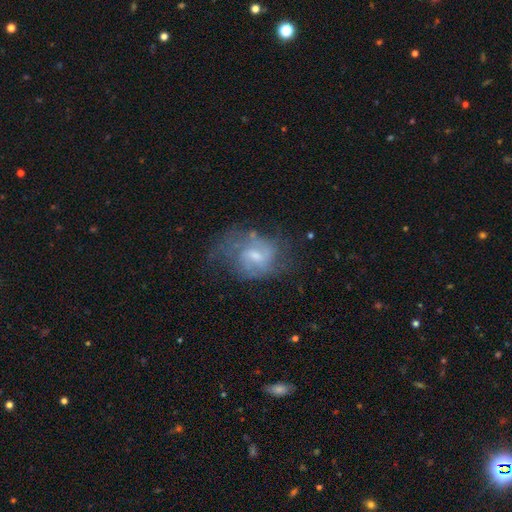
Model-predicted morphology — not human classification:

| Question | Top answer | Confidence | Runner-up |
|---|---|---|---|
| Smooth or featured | featured or disk | 72% | smooth (20%) |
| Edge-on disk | no | 97% | yes (3%) |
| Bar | weak | 59% | no (29%) |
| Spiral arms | yes | 82% | no (18%) |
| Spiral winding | medium | 45% | tight (30%) |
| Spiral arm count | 2 | 52% | can't tell (30%) |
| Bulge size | small | 47% | moderate (42%) |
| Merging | none | 49% | minor disturbance (25%) |